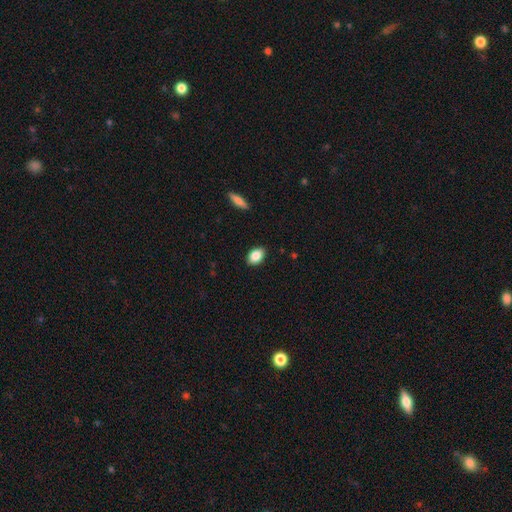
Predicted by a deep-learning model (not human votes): Smooth or featured? smooth (87%)
How rounded? in between (86%)
Merging? none (89%)